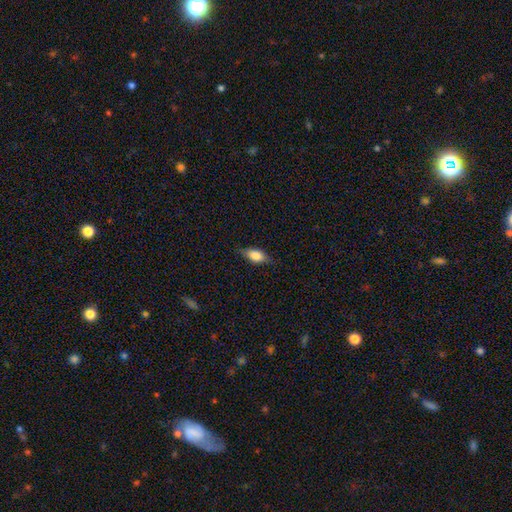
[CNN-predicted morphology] A smooth galaxy with no disk features (72%) that is in between round and cigar-shaped (81%).

Vote fractions:
- Smooth or featured? smooth: 72% / featured or disk: 20% / star or artifact: 8%
- How rounded? in between: 81% / cigar-shaped: 13% / round: 6%
- Merging? none: 78% / minor disturbance: 17% / major disturbance: 4% / merger: 1%